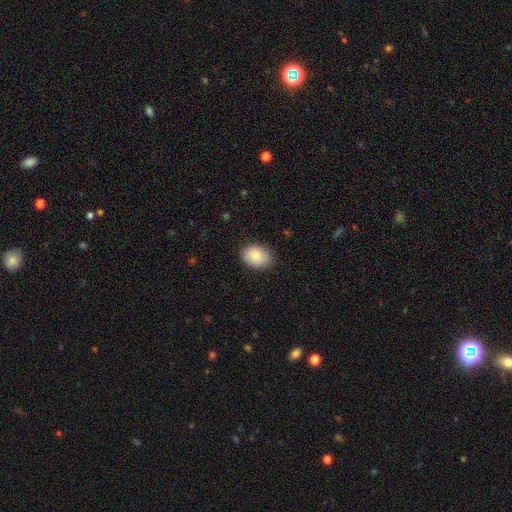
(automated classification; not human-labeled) Q: Smooth or featured?
A: smooth (87%); runner-up: star or artifact (7%)
Q: How rounded?
A: in between (73%); runner-up: round (26%)
Q: Merging?
A: none (84%); runner-up: minor disturbance (13%)